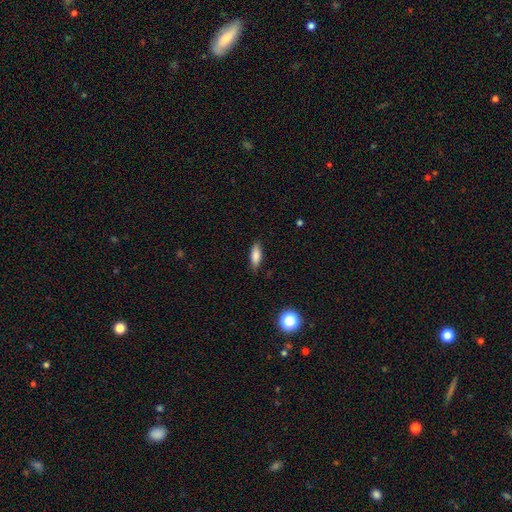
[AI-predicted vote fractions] This is clearly a smooth galaxy (81%). How rounded: possibly in between (59%). Merging: clearly none (83%).